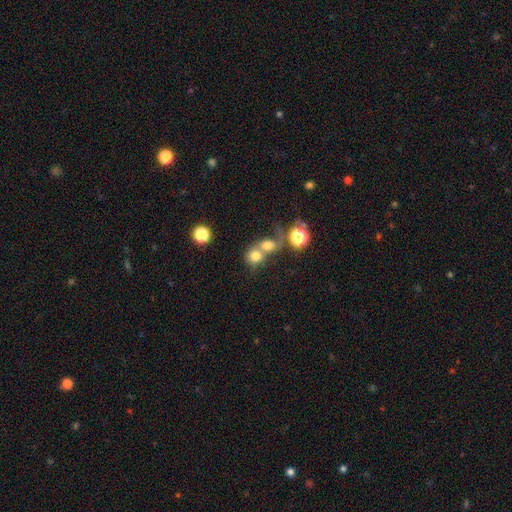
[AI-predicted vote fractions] smooth_or_featured: smooth (p=0.72) [alt: featured or disk p=0.16]
how_rounded: round (p=0.75) [alt: in between p=0.24]
merging: merger (p=0.65) [alt: none p=0.22]